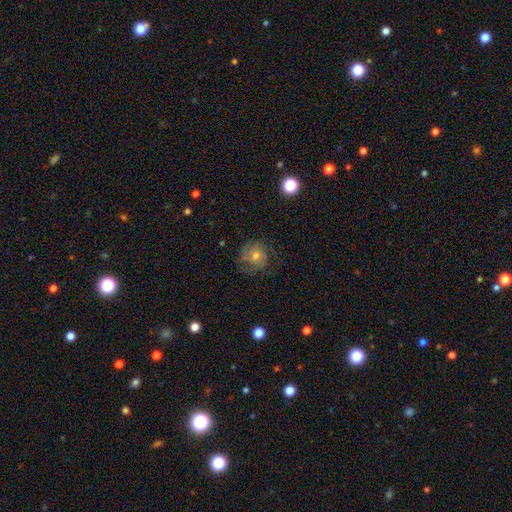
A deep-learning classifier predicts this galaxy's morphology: Smooth or featured?
  - featured or disk: 55% *
  - smooth: 33%
  - star or artifact: 12%
Edge-on disk?
  - no: 97% *
  - yes: 3%
Bar?
  - no: 77% *
  - weak: 19%
  - strong: 3%
Spiral arms?
  - yes: 83% *
  - no: 17%
Bulge size?
  - moderate: 52% *
  - small: 41%
  - large: 4%
  - none: 3%
  - dominant: 1%
Merging?
  - none: 71% *
  - minor disturbance: 18%
  - major disturbance: 10%
  - merger: 1%